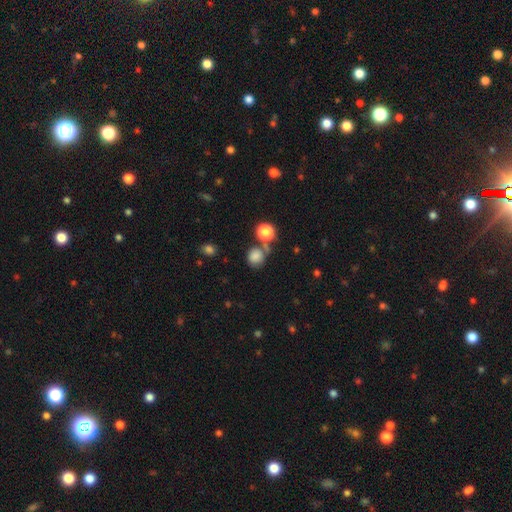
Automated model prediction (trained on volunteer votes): Smooth or featured: smooth — 79% (star or artifact — 13%)
How rounded: round — 83% (in between — 16%)
Merging: none — 56% (merger — 22%)